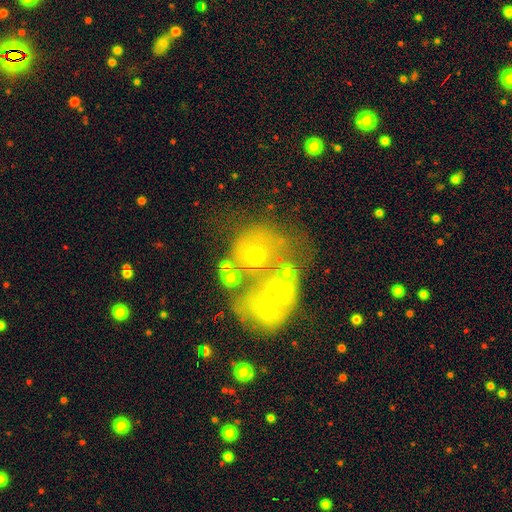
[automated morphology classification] featured or disk 49%, smooth 35%, star or artifact 15%. Down the decision tree: merging — merger (48%).